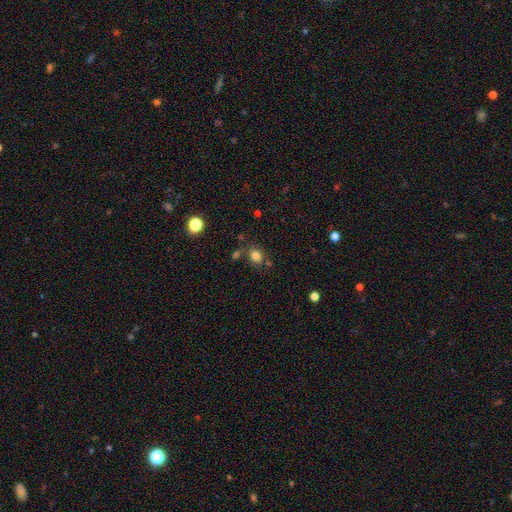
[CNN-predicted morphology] Smooth or featured?
  - smooth: 80% *
  - star or artifact: 13%
  - featured or disk: 7%
How rounded?
  - round: 55% *
  - in between: 44%
  - cigar-shaped: 1%
Merging?
  - none: 72% *
  - minor disturbance: 14%
  - merger: 10%
  - major disturbance: 5%